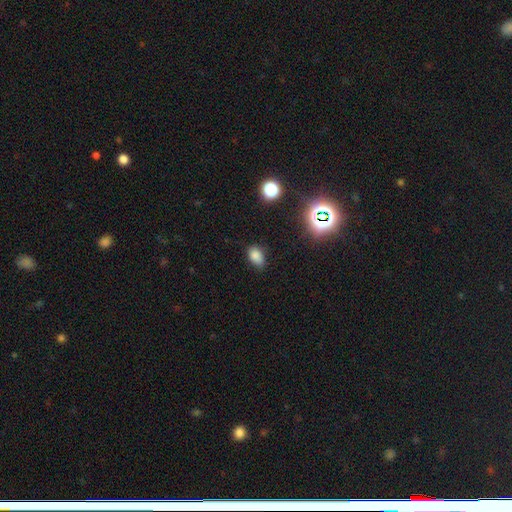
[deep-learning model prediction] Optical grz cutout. It shows a smooth galaxy with no disk features (79%) that is in between round and cigar-shaped (83%). Merging: none (74%).